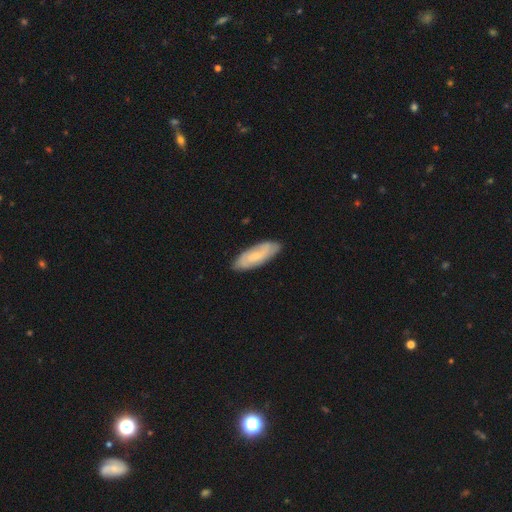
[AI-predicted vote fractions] smooth-or-featured: smooth: 49% | featured or disk: 45% | star or artifact: 6%
  merging: none: 84% | minor disturbance: 12% | major disturbance: 2% | merger: 1%